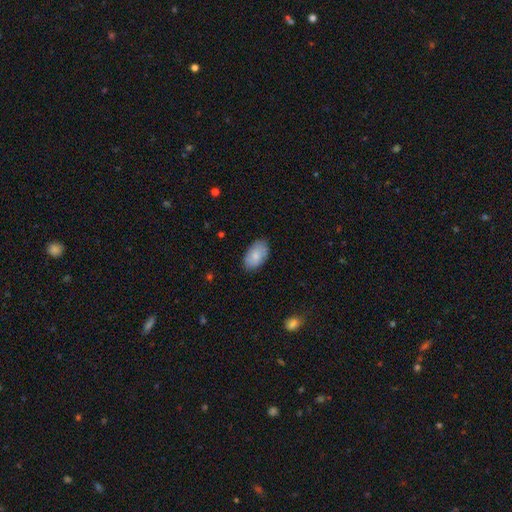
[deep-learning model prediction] A smooth galaxy with no disk features (82%) that is in between round and cigar-shaped (94%).

Vote fractions:
- Smooth or featured? smooth: 82% / featured or disk: 12% / star or artifact: 6%
- How rounded? in between: 94% / round: 5% / cigar-shaped: 1%
- Merging? none: 83% / minor disturbance: 13% / major disturbance: 3% / merger: 1%